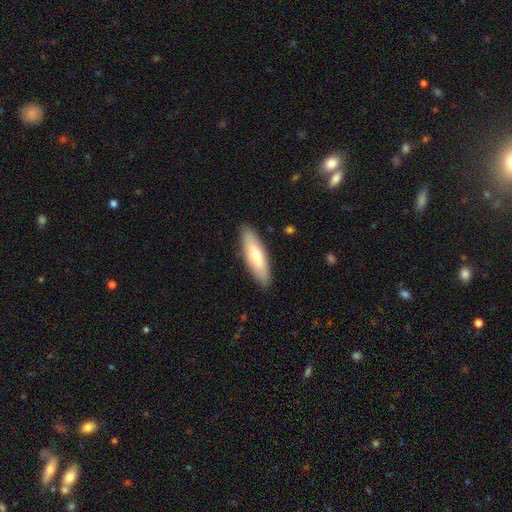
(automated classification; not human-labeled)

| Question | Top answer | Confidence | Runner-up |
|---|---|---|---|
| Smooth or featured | smooth | 66% | featured or disk (29%) |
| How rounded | cigar-shaped | 51% | in between (47%) |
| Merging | none | 88% | minor disturbance (9%) |